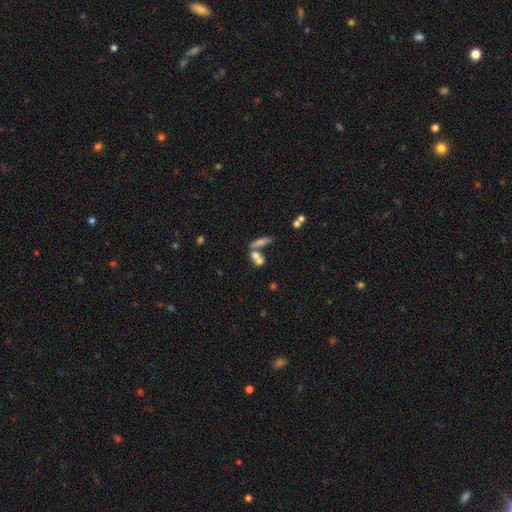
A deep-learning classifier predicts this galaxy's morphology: smooth 65%, featured or disk 22%, star or artifact 13%. Down the decision tree: how rounded — in between (51%); merging — merger (49%).